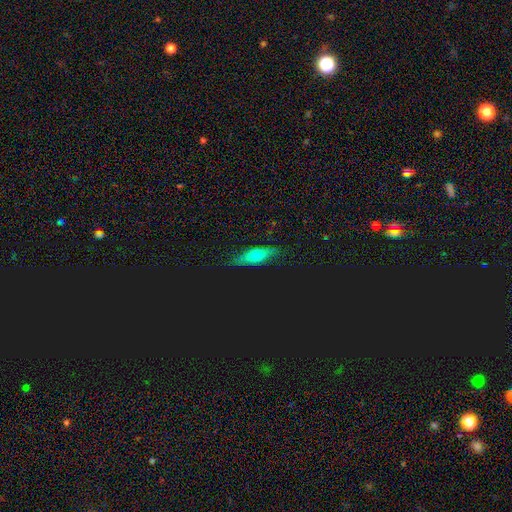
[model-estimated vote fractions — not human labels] This appears to be a smooth galaxy with no disk features (58%) that is in between round and cigar-shaped (56%). Merging: none (82%).